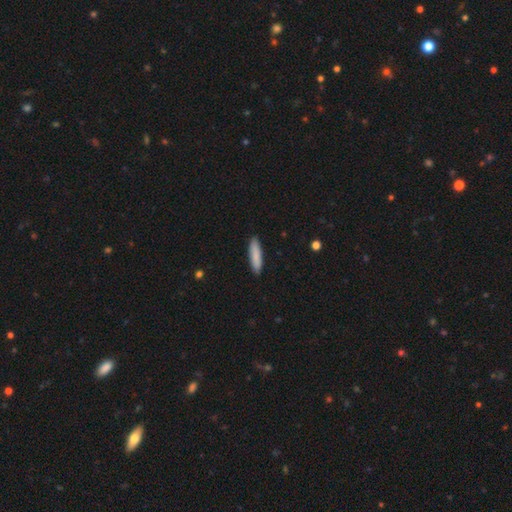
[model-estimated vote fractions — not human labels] Smooth or featured? Predicted: smooth (p=0.86). How rounded? Predicted: cigar-shaped (p=0.75). Merging? Predicted: none (p=0.89).